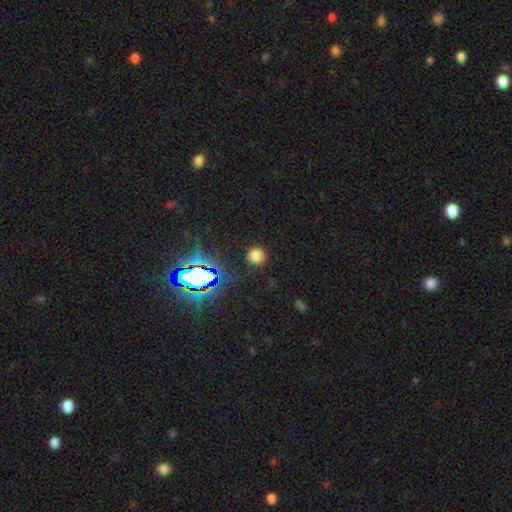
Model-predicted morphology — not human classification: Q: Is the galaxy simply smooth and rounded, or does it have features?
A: smooth — 71%.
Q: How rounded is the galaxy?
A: round — 91%.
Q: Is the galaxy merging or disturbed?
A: none — 87%.